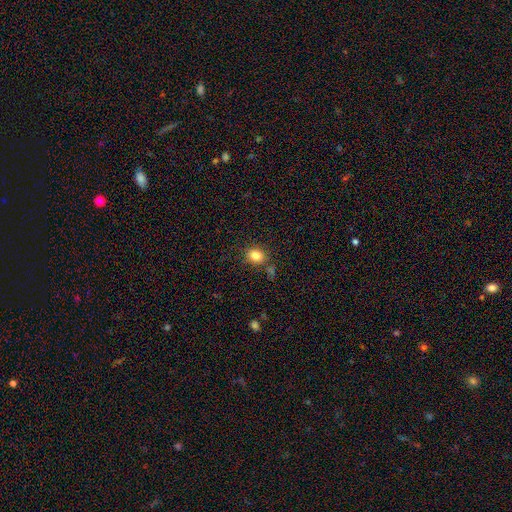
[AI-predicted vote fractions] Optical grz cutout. It shows a smooth galaxy with no disk features (84%) that is round (55%). Merging: none (79%).